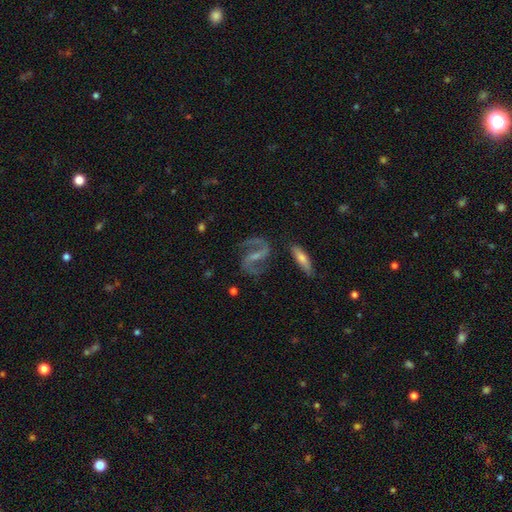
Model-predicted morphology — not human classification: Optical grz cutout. It shows a featured or disk galaxy (89%) with a strong bar (46%), 2 (93%) medium (51%) spiral arms (96%) and a small central bulge (57%). Merging: none (76%).